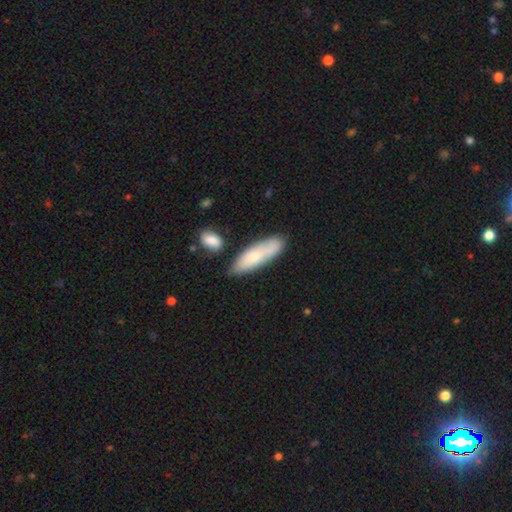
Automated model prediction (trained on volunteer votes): Morphology: type=smooth (70%); roundness=in between (50%); merging=none (62%).